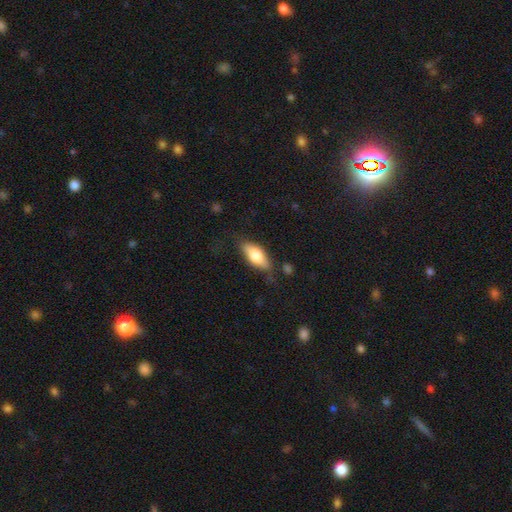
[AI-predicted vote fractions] Overall: smooth (71%). How rounded: in between (81%). Merging: none (64%; minor disturbance 25%).